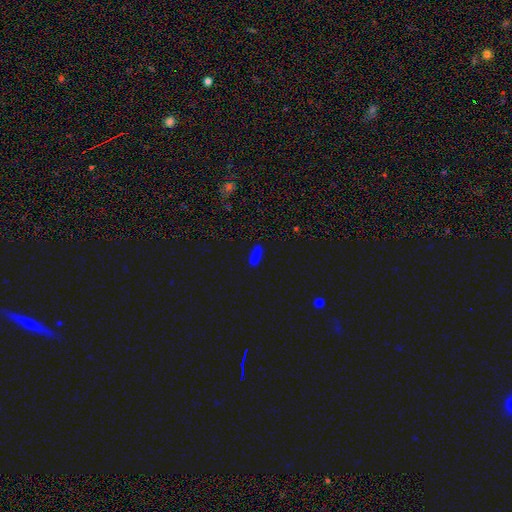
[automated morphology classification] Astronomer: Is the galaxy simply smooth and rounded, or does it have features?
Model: smooth — 68%.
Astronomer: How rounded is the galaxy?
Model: in between — 56% (runner-up: cigar-shaped, 38%).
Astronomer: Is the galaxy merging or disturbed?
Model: none — 80%.